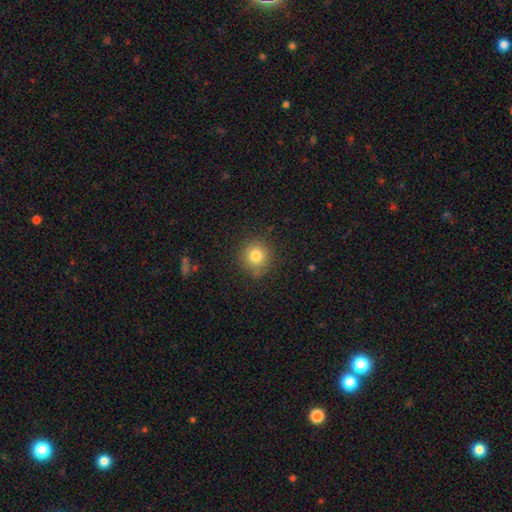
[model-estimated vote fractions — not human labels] A smooth galaxy with no disk features (80%) that is round (92%).

Vote fractions:
- Smooth or featured? smooth: 80% / star or artifact: 12% / featured or disk: 7%
- How rounded? round: 92% / in between: 7% / cigar-shaped: 1%
- Merging? none: 85% / minor disturbance: 10% / major disturbance: 3% / merger: 2%